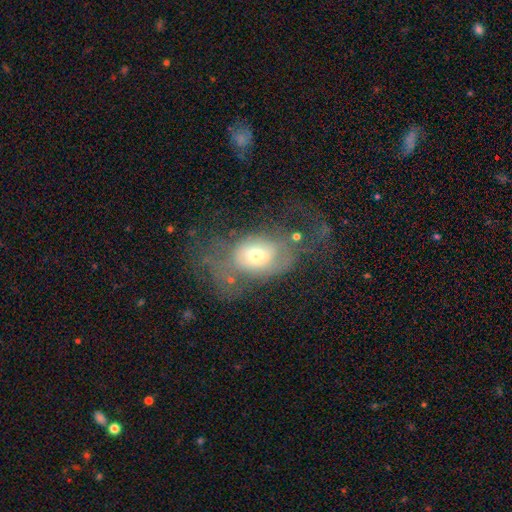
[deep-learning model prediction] smooth_or_featured: smooth (p=0.48) [alt: featured or disk p=0.41]
merging: major disturbance (p=0.50) [alt: none p=0.26]